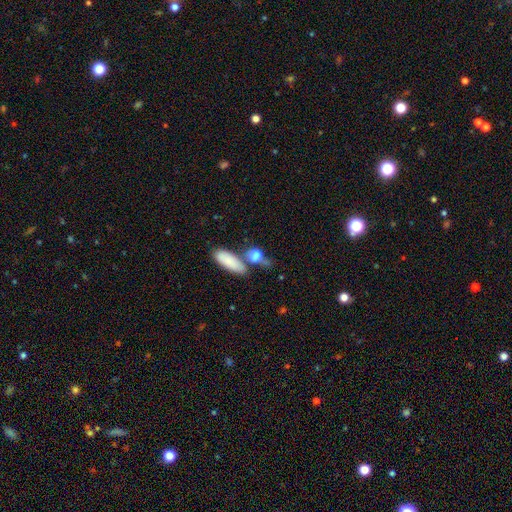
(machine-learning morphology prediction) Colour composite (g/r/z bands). It shows a smooth galaxy with no disk features (77%) that is in between round and cigar-shaped (59%). Merging: none (44%).